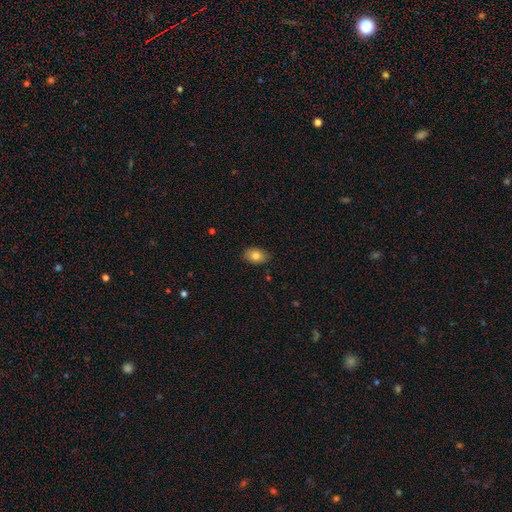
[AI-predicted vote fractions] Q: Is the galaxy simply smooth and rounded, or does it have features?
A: smooth — 81%.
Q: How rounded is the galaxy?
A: in between — 84%.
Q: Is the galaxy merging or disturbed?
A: none — 86%.